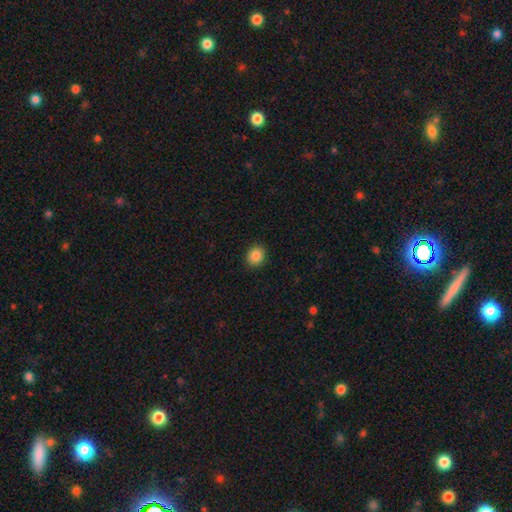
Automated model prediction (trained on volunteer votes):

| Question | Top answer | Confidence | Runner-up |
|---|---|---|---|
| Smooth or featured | smooth | 86% | star or artifact (9%) |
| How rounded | round | 72% | in between (27%) |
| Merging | none | 91% | minor disturbance (6%) |